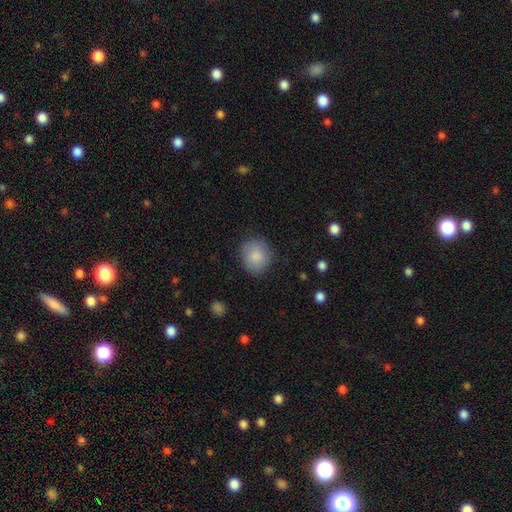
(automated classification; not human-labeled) Morphology: type=smooth (85%); roundness=round (80%); merging=none (81%).